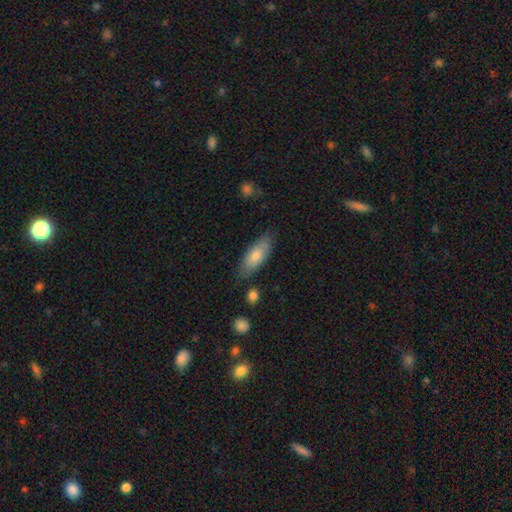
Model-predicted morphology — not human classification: This appears to be a smooth galaxy with no disk features (73%) that is in between round and cigar-shaped (70%). Merging: none (78%).